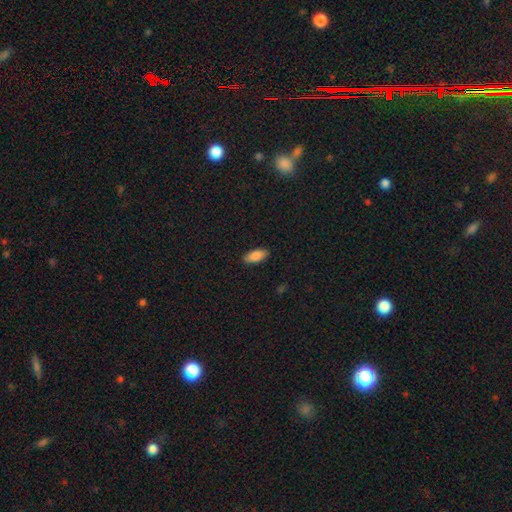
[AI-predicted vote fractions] Q: Smooth or featured?
A: smooth (87%); runner-up: star or artifact (6%)
Q: How rounded?
A: in between (88%); runner-up: cigar-shaped (10%)
Q: Merging?
A: none (88%); runner-up: minor disturbance (9%)